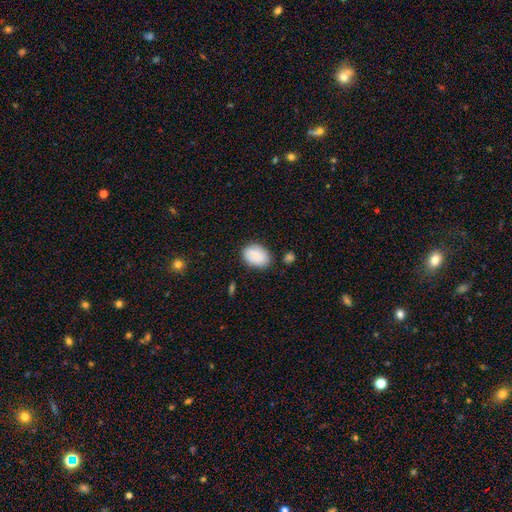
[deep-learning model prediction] This is clearly a smooth galaxy (85%). How rounded: clearly in between (80%). Merging: likely none (76%).